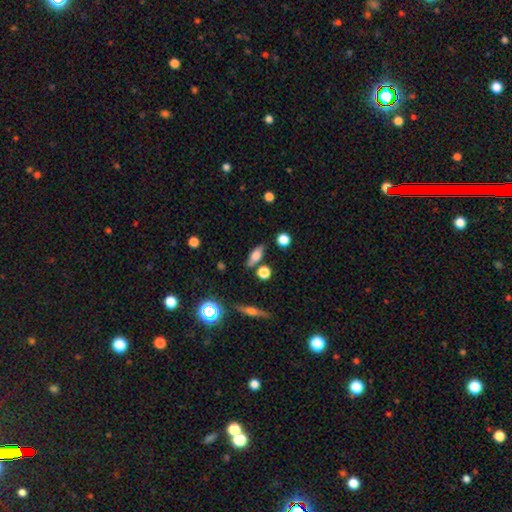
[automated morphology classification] smooth-or-featured: smooth: 64% | featured or disk: 25% | star or artifact: 11%
  how-rounded: in between: 66% | cigar-shaped: 27% | round: 7%
  merging: none: 72% | minor disturbance: 16% | merger: 7% | major disturbance: 5%